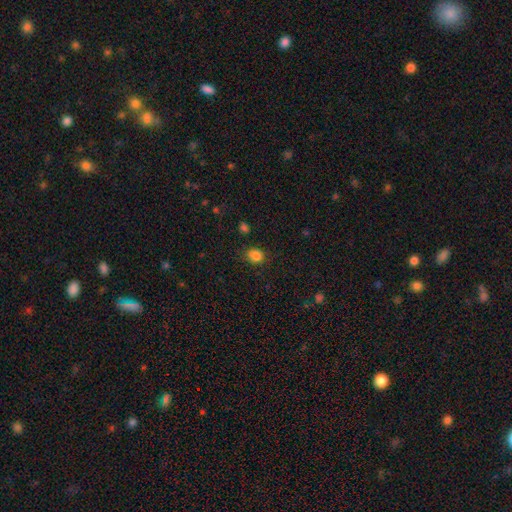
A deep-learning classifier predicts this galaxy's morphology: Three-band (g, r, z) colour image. It shows a smooth galaxy with no disk features (85%) that is round (50%). Merging: none (78%).